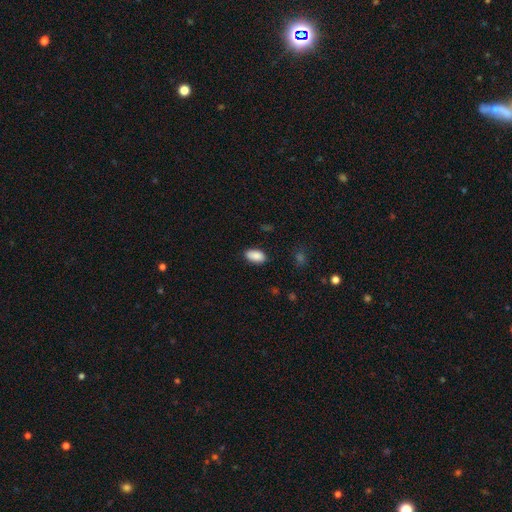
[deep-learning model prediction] Smooth or featured: smooth — 89% (star or artifact — 7%)
How rounded: in between — 94% (round — 4%)
Merging: none — 86% (minor disturbance — 10%)